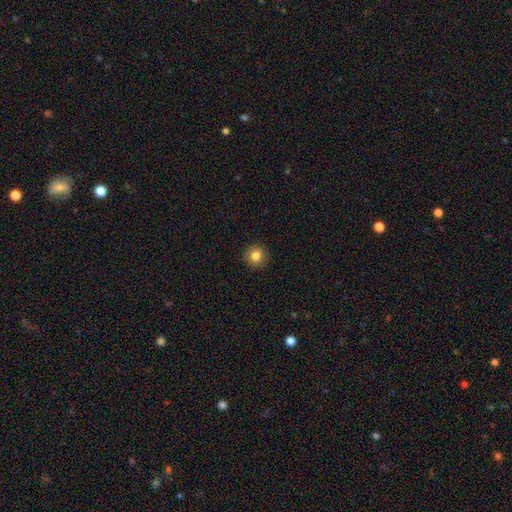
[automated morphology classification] A smooth galaxy with no disk features (82%) that is round (93%). Merging: none (92%).